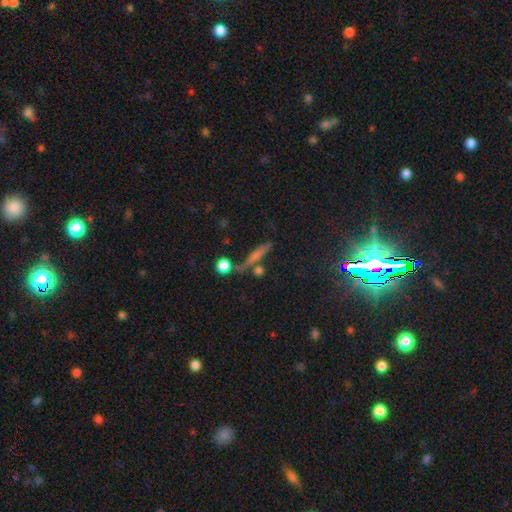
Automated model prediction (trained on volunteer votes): A featured or disk galaxy (45%).

Vote fractions:
- Smooth or featured? featured or disk: 45% / smooth: 33% / star or artifact: 21%
- Merging? none: 74% / minor disturbance: 12% / merger: 10% / major disturbance: 4%